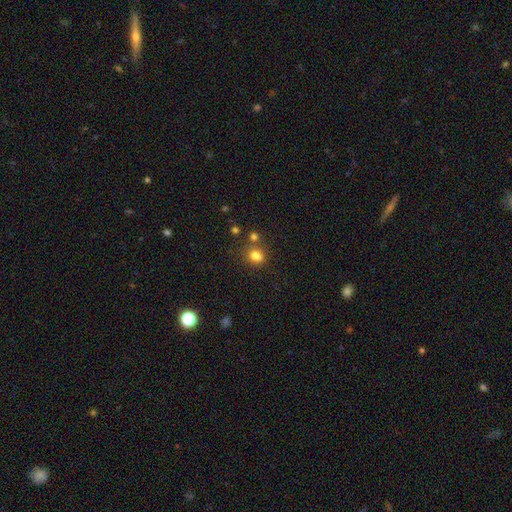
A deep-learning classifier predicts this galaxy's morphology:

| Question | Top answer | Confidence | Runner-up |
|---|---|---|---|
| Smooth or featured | smooth | 79% | star or artifact (14%) |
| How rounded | round | 61% | in between (38%) |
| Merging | none | 63% | merger (20%) |